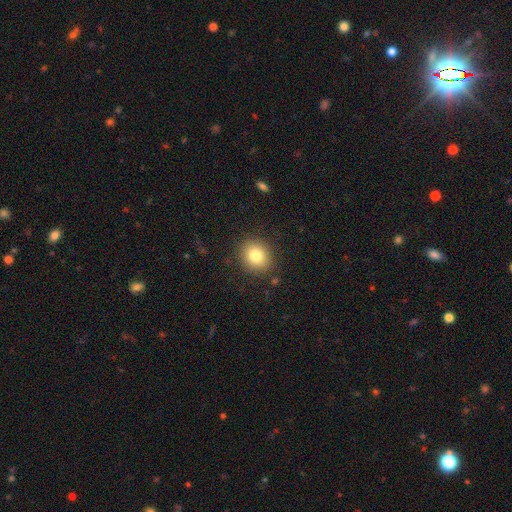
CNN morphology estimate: smooth 81%, star or artifact 11%, featured or disk 8%. Down the decision tree: how rounded — round (80%); merging — none (87%).